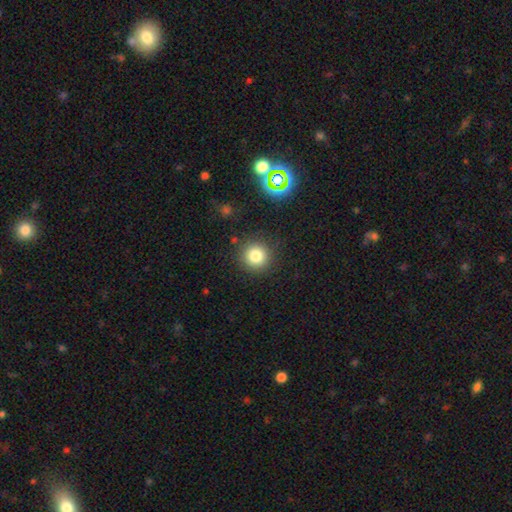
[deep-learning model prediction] The model was most divided on "smooth or featured": smooth: 80%, star or artifact: 13%, featured or disk: 7%. More confident: how rounded — round (94%); merging — none (88%).